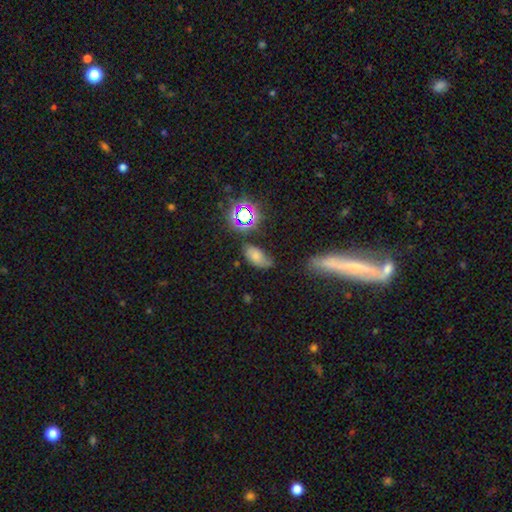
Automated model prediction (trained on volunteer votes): Smooth or featured? Predicted: smooth (p=0.60). How rounded? Predicted: in between (p=0.91). Merging? Predicted: none (p=0.59).